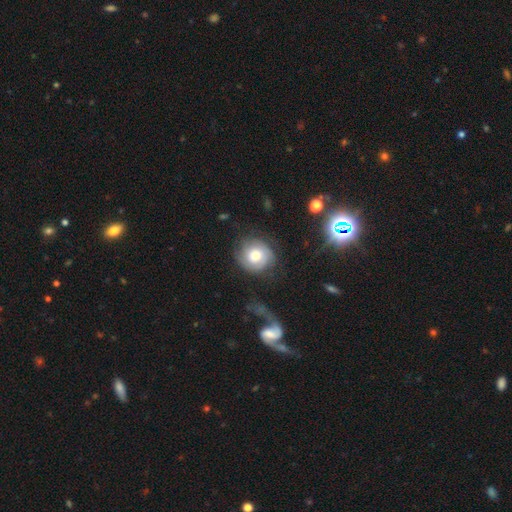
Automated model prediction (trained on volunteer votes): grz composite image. It shows a featured or disk galaxy (48%). Merging: none (68%).